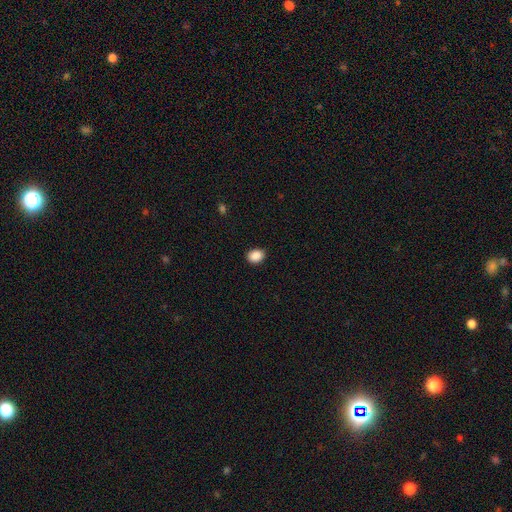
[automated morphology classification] A smooth galaxy with no disk features (89%) that is in between round and cigar-shaped (56%).

Vote fractions:
- Smooth or featured? smooth: 89% / star or artifact: 8% / featured or disk: 3%
- How rounded? in between: 56% / round: 43% / cigar-shaped: 1%
- Merging? none: 89% / minor disturbance: 8% / major disturbance: 2% / merger: 1%